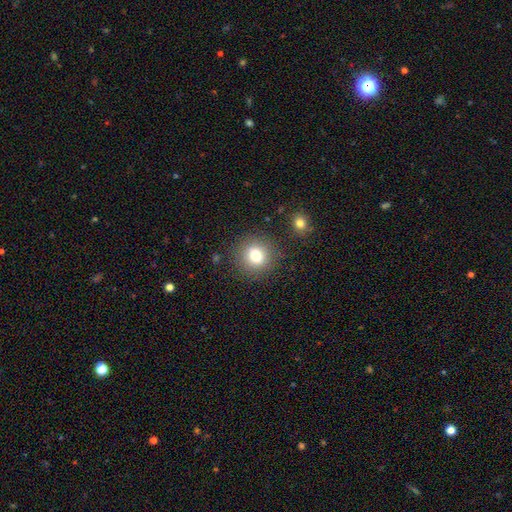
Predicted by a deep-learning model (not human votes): The model was most divided on "smooth or featured": smooth: 77%, star or artifact: 12%, featured or disk: 11%. More confident: how rounded — round (86%); merging — none (86%).